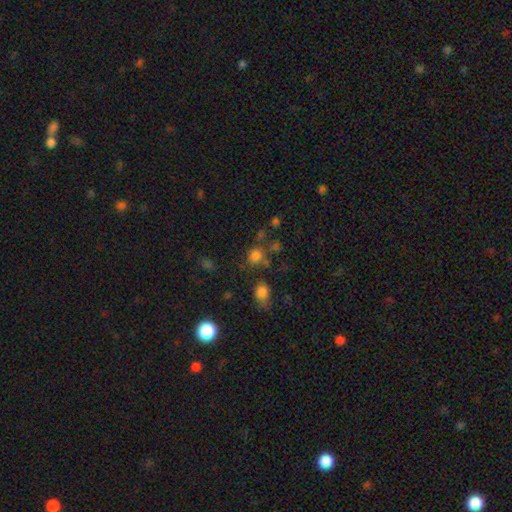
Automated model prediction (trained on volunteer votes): A smooth galaxy with no disk features (75%) that is round (82%). Merging: none (61%).